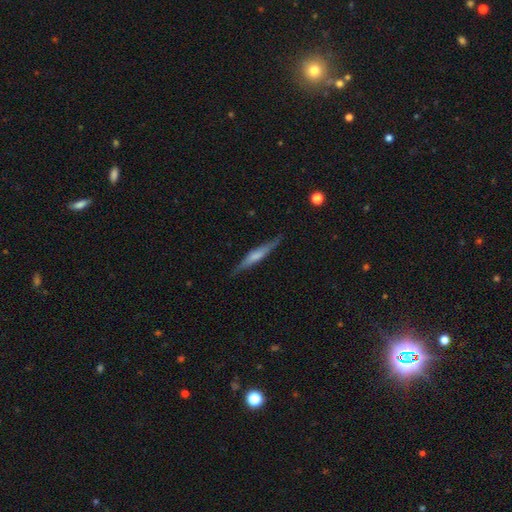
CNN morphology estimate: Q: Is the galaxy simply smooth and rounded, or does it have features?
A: featured or disk — 51%.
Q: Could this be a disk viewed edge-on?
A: yes — 96%.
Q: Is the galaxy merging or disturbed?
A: none — 86%.